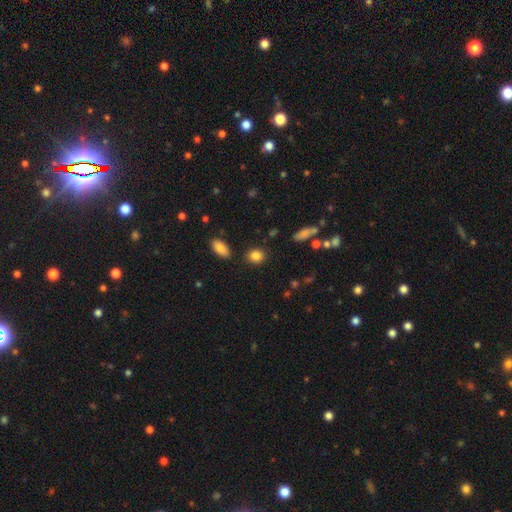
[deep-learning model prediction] A smooth galaxy with no disk features (86%) that is round (58%).

Vote fractions:
- Smooth or featured? smooth: 86% / star or artifact: 9% / featured or disk: 5%
- How rounded? round: 58% / in between: 40% / cigar-shaped: 2%
- Merging? none: 86% / minor disturbance: 8% / merger: 3% / major disturbance: 3%